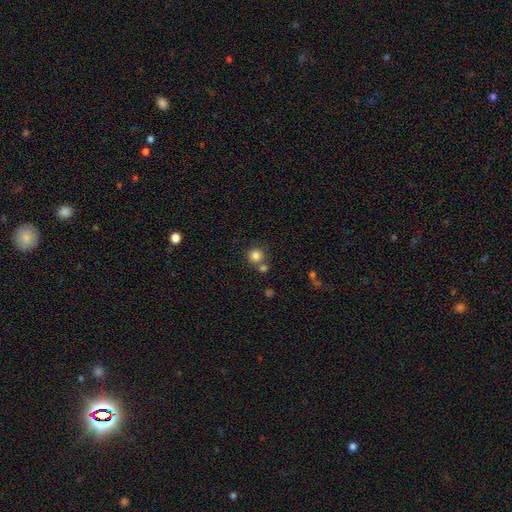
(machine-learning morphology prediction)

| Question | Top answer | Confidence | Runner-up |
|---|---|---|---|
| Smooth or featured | smooth | 83% | star or artifact (11%) |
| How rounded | round | 93% | in between (6%) |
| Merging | none | 68% | merger (21%) |